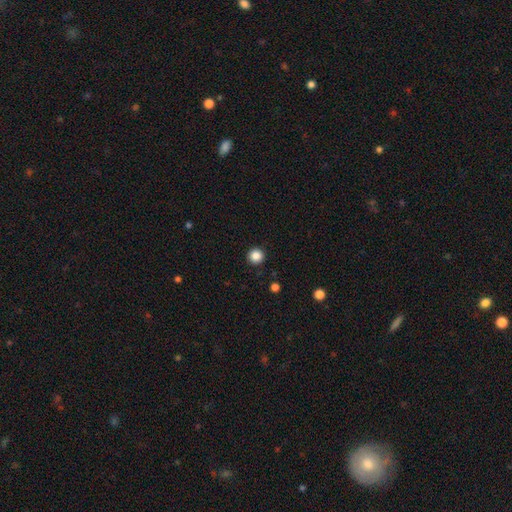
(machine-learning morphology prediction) A smooth galaxy with no disk features (85%) that is round (96%). Merging: none (93%).